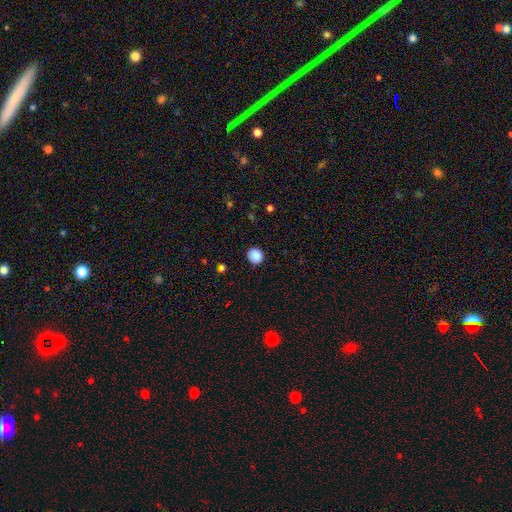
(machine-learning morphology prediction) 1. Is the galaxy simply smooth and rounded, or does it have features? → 87% smooth, 9% star or artifact, 4% featured or disk.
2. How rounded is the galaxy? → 88% round, 11% in between, 1% cigar-shaped.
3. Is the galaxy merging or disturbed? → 91% none, 6% minor disturbance, 2% major disturbance, 1% merger.